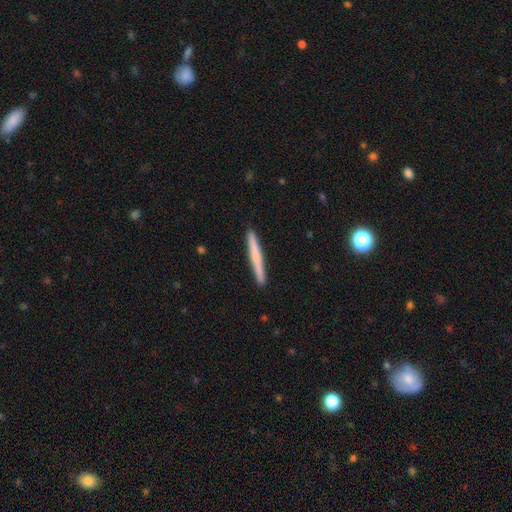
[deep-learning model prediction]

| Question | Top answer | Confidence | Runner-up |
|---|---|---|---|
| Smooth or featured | smooth | 63% | featured or disk (32%) |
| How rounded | cigar-shaped | 97% | in between (2%) |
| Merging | none | 92% | minor disturbance (6%) |